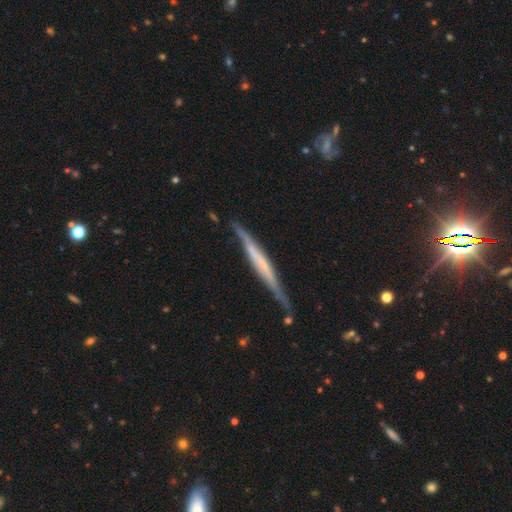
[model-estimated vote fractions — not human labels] Smooth or featured? Predicted: featured or disk (p=0.69). Edge-on disk? Predicted: yes (p=0.96). Edge-on bulge? Predicted: none (p=0.63). Merging? Predicted: none (p=0.79).